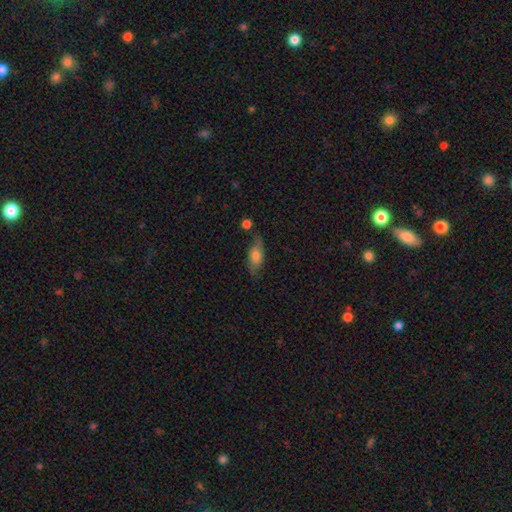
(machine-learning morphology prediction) smooth-or-featured: smooth: 53% | featured or disk: 39% | star or artifact: 8%
  how-rounded: in between: 83% | cigar-shaped: 10% | round: 8%
  merging: none: 56% | minor disturbance: 25% | major disturbance: 12% | merger: 7%